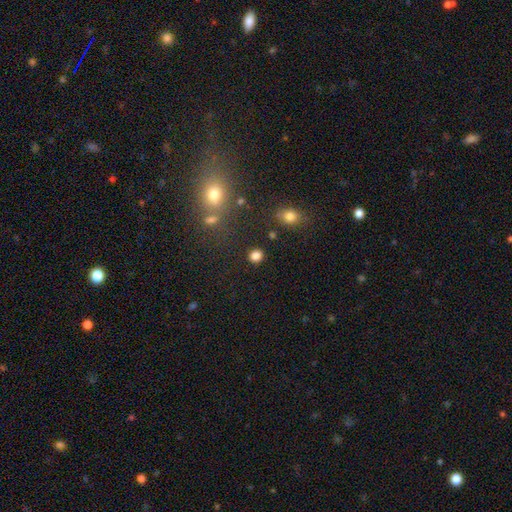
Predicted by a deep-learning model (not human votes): A smooth galaxy with no disk features (82%) that is round (77%). Merging: none (87%).